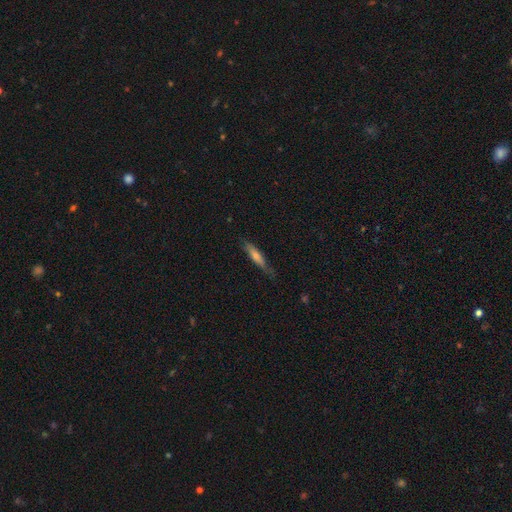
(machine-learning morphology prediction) featured or disk 49%, smooth 42%, star or artifact 9%. Down the decision tree: merging — none (75%).